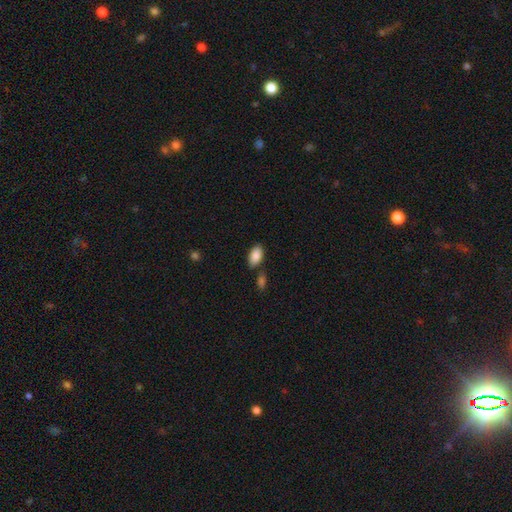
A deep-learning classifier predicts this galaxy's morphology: Smooth or featured? Predicted: smooth (p=0.88). How rounded? Predicted: in between (p=0.94). Merging? Predicted: none (p=0.74).